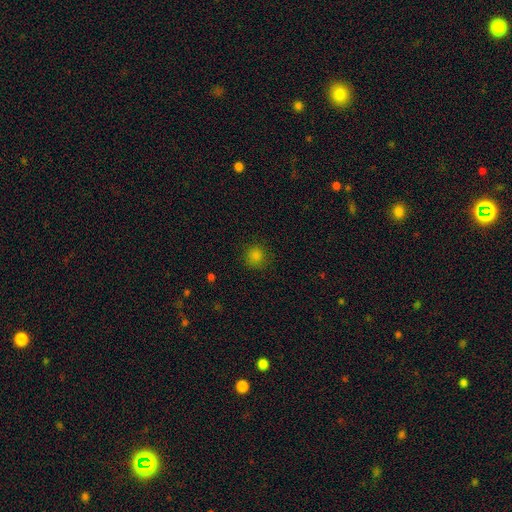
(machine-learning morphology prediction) smooth-or-featured: smooth: 81% | star or artifact: 15% | featured or disk: 4%
  how-rounded: round: 91% | in between: 8% | cigar-shaped: 1%
  merging: none: 86% | minor disturbance: 10% | major disturbance: 3% | merger: 1%